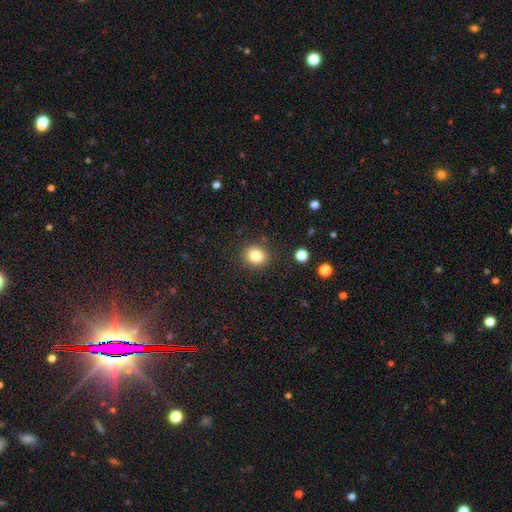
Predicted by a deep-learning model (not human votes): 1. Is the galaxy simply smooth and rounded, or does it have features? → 82% smooth, 11% star or artifact, 7% featured or disk.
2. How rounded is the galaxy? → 77% round, 22% in between, 1% cigar-shaped.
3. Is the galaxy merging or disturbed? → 88% none, 7% minor disturbance, 3% major disturbance, 2% merger.